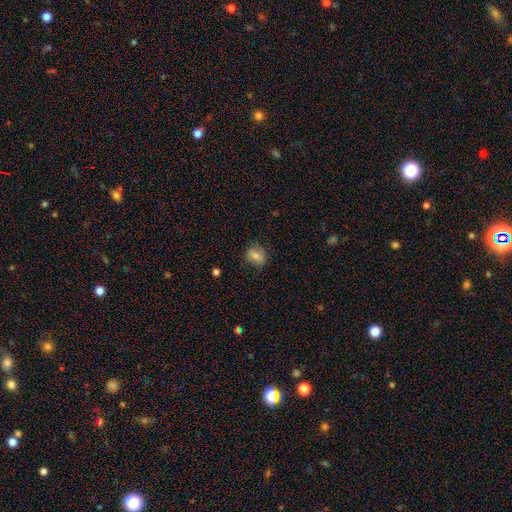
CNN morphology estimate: Smooth or featured? Predicted: smooth (p=0.75). How rounded? Predicted: round (p=0.53). Merging? Predicted: none (p=0.72).